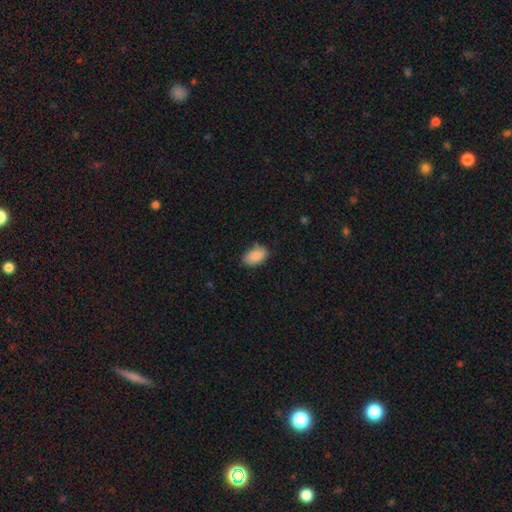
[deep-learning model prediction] A smooth galaxy with no disk features (89%) that is in between round and cigar-shaped (92%).

Vote fractions:
- Smooth or featured? smooth: 89% / star or artifact: 7% / featured or disk: 4%
- How rounded? in between: 92% / round: 6% / cigar-shaped: 2%
- Merging? none: 74% / minor disturbance: 21% / major disturbance: 4% / merger: 2%